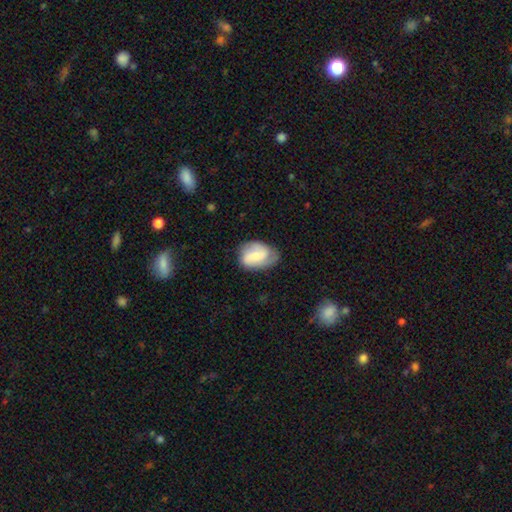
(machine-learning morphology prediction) Overall: featured or disk (54%; smooth 39%). Edge-on disk: no (97%). Bar: weak (43%; no 39%). Spiral arms: yes (88%). Bulge size: small (49%; moderate 35%). Merging: none (65%).